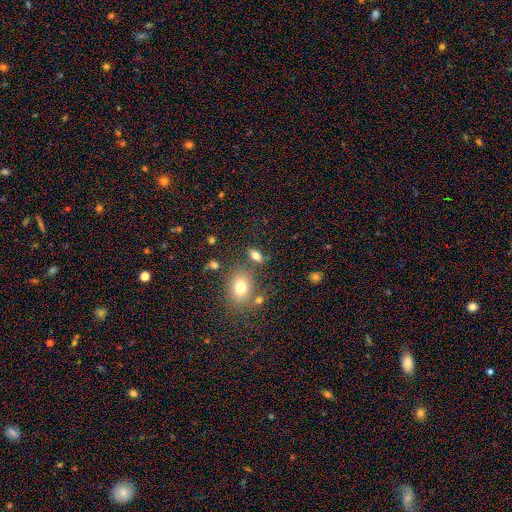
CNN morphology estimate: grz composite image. It shows a smooth galaxy with no disk features (74%) that is in between round and cigar-shaped (80%). Merging: none (70%).